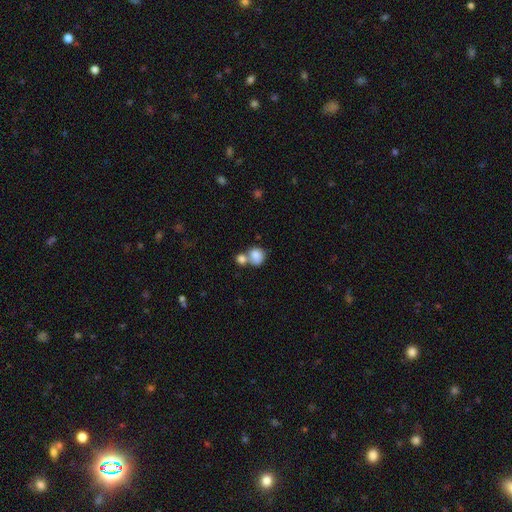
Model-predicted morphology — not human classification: The model was most divided on "merging": merger: 52%, none: 34%, minor disturbance: 10%, major disturbance: 5%. More confident: smooth or featured — smooth (83%); how rounded — round (75%).